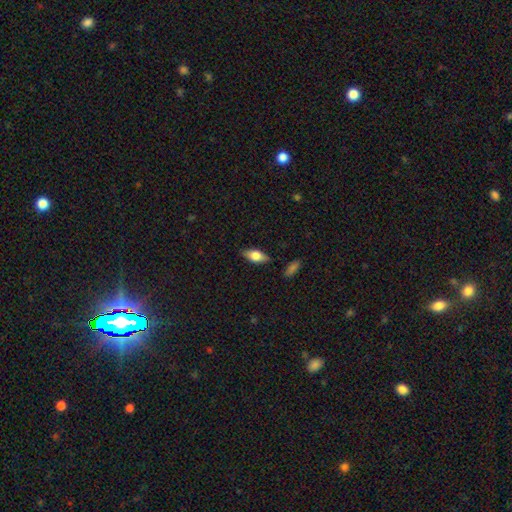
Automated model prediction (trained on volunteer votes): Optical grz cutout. It shows a smooth galaxy with no disk features (66%) that is in between round and cigar-shaped (84%). Merging: none (84%).